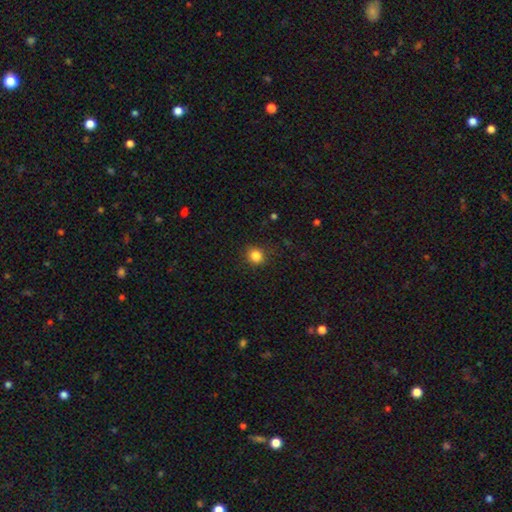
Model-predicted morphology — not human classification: smooth-or-featured: smooth: 84% | star or artifact: 12% | featured or disk: 4%
  how-rounded: round: 86% | in between: 13% | cigar-shaped: 1%
  merging: none: 87% | minor disturbance: 9% | major disturbance: 3% | merger: 1%